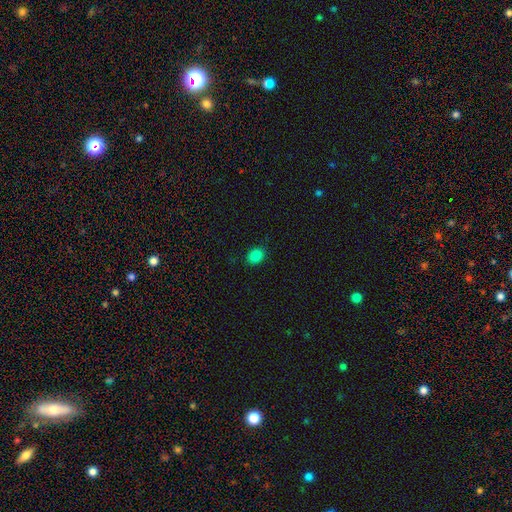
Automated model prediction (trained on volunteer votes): Smooth or featured?
  - smooth: 85% *
  - star or artifact: 11%
  - featured or disk: 4%
How rounded?
  - in between: 55% *
  - round: 44%
  - cigar-shaped: 1%
Merging?
  - none: 87% *
  - minor disturbance: 10%
  - major disturbance: 2%
  - merger: 1%